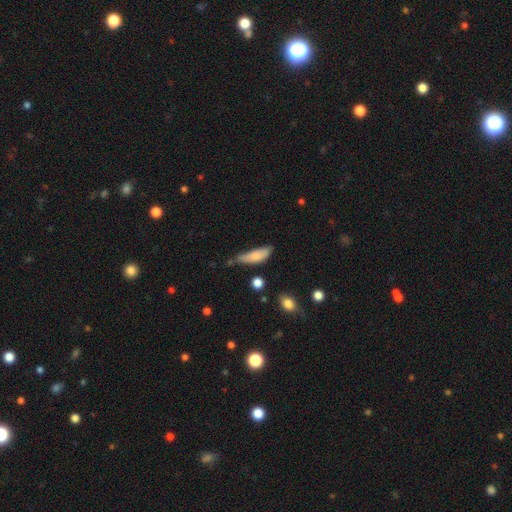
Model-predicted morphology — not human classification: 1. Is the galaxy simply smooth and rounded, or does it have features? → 79% smooth, 14% featured or disk, 7% star or artifact.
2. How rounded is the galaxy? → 51% in between, 47% cigar-shaped, 2% round.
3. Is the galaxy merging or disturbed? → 41% minor disturbance (tied), 41% none (tied), 12% major disturbance, 6% merger.